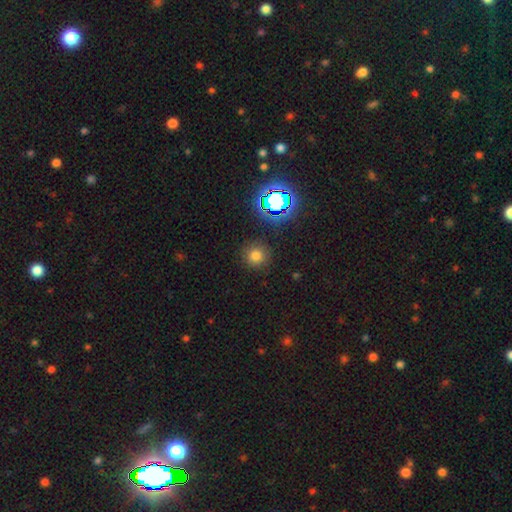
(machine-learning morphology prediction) The model was most divided on "smooth or featured": smooth: 72%, star or artifact: 21%, featured or disk: 7%. More confident: how rounded — round (94%); merging — none (89%).